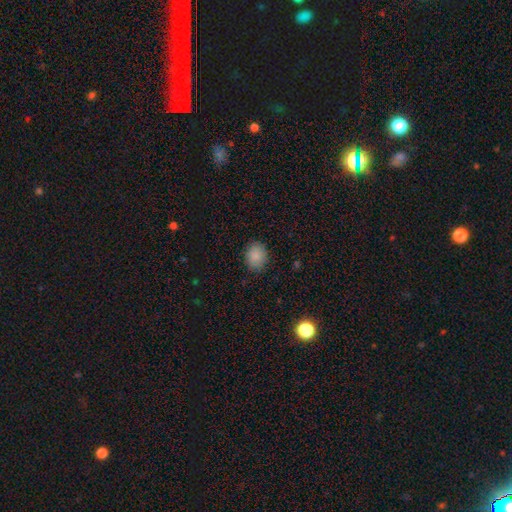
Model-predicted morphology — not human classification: Q: Smooth or featured?
A: smooth (87%); runner-up: star or artifact (9%)
Q: How rounded?
A: round (60%); runner-up: in between (39%)
Q: Merging?
A: none (87%); runner-up: minor disturbance (10%)